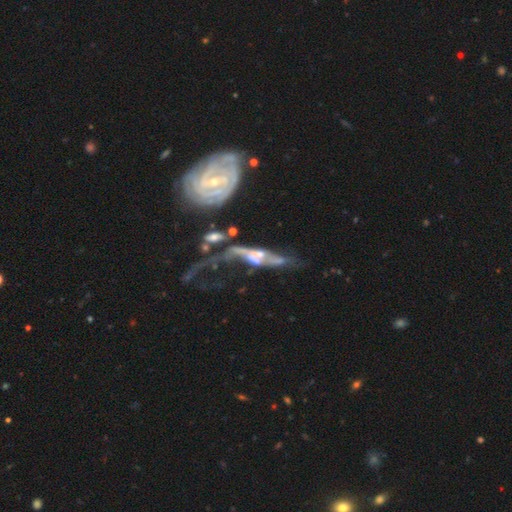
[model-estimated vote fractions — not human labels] smooth-or-featured: featured or disk: 74% | smooth: 16% | star or artifact: 10%
  disk-edge-on: no: 73% | yes: 27%
    bar: no: 63% | weak: 25% | strong: 12%
    has-spiral-arms: yes: 64% | no: 36%
    bulge-size: small: 39% | moderate: 33% | none: 20% | large: 6% | dominant: 2%
  merging: merger: 45% | major disturbance: 30% | none: 14% | minor disturbance: 10%